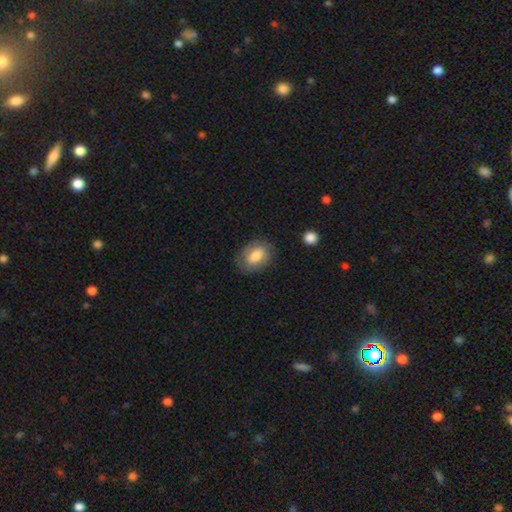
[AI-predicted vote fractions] Q: Smooth or featured?
A: smooth (74%); runner-up: featured or disk (19%)
Q: How rounded?
A: in between (78%); runner-up: round (21%)
Q: Merging?
A: none (79%); runner-up: minor disturbance (15%)